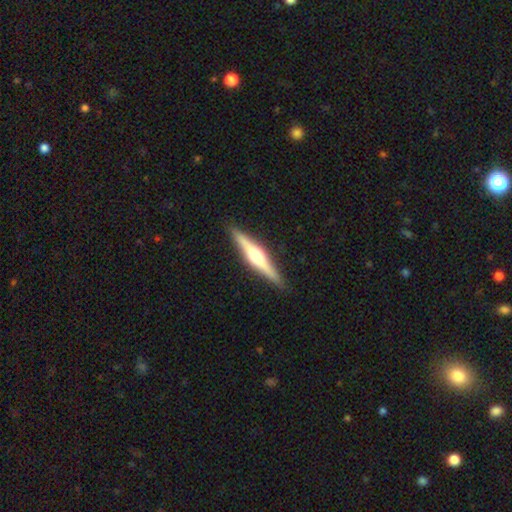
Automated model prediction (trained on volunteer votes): Smooth or featured? Predicted: featured or disk (p=0.71). Edge-on disk? Predicted: yes (p=0.98). Edge-on bulge? Predicted: rounded (p=0.87). Merging? Predicted: none (p=0.90).